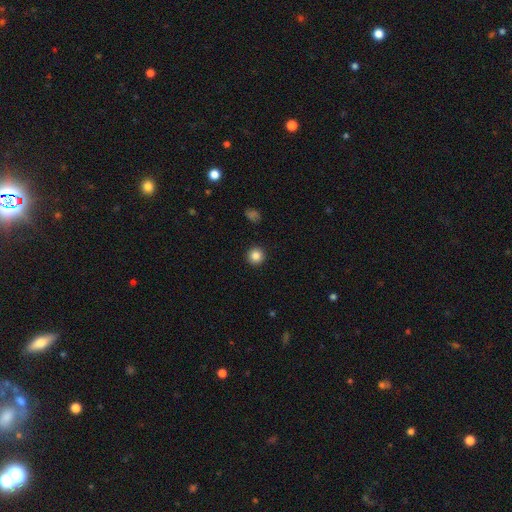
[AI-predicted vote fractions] smooth_or_featured: smooth (p=0.85) [alt: star or artifact p=0.10]
how_rounded: round (p=0.95) [alt: in between p=0.04]
merging: none (p=0.93) [alt: minor disturbance p=0.05]